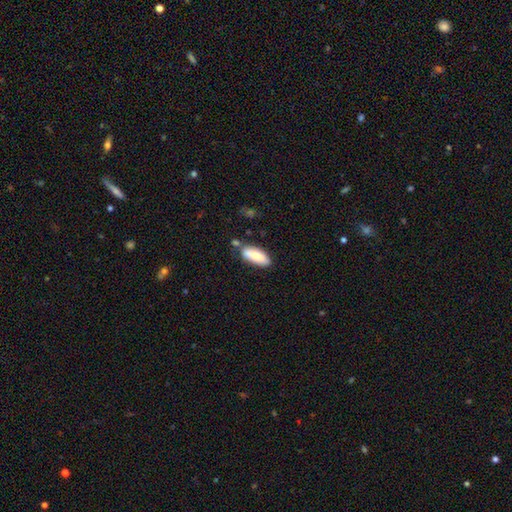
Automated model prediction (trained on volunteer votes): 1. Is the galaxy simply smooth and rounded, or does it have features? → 72% smooth, 22% featured or disk, 6% star or artifact.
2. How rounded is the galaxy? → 79% in between, 19% cigar-shaped, 2% round.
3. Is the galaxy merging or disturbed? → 69% none, 18% minor disturbance, 9% merger, 4% major disturbance.